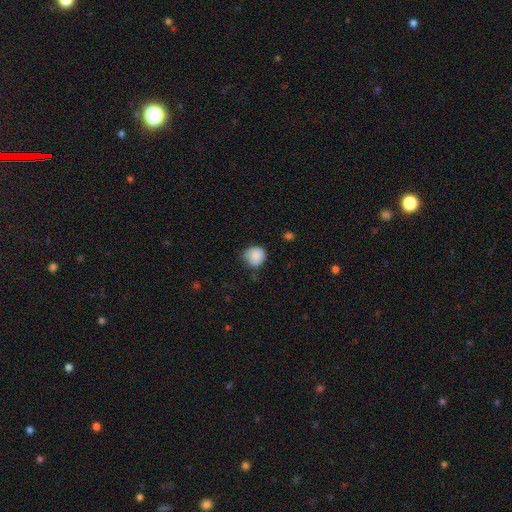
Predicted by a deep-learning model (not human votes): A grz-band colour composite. It shows a smooth galaxy with no disk features (84%) that is round (82%). Merging: none (56%).